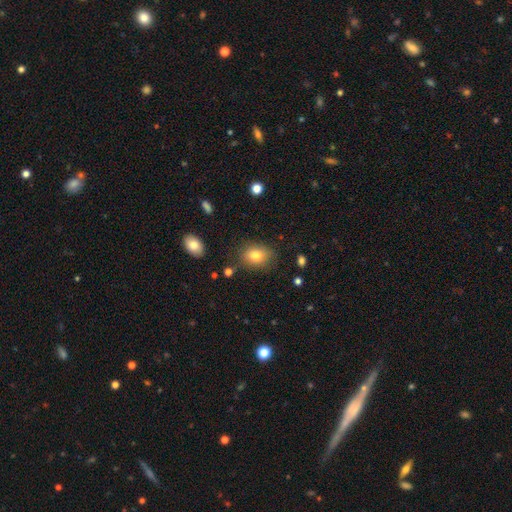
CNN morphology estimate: A smooth galaxy with no disk features (79%) that is in between round and cigar-shaped (64%). Merging: none (78%).